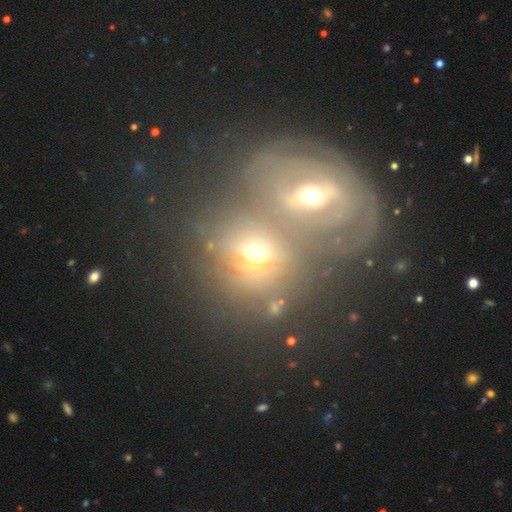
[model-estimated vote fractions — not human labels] smooth_or_featured: featured or disk (p=0.51) [alt: smooth p=0.36]
disk_edge_on: no (p=0.92) [alt: yes p=0.08]
merging: merger (p=0.72) [alt: none p=0.18]